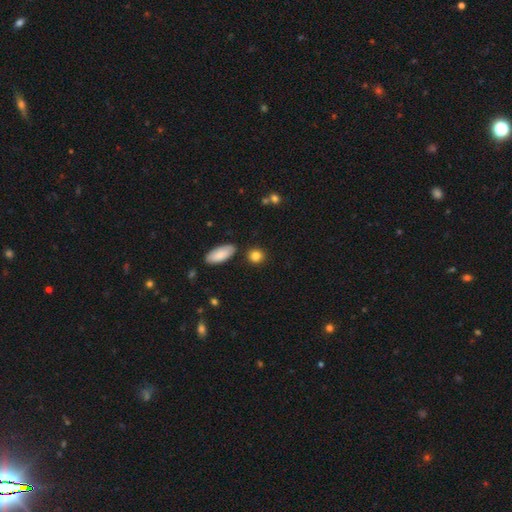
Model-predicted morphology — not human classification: Smooth or featured? smooth (86%)
How rounded? round (77%)
Merging? none (84%)